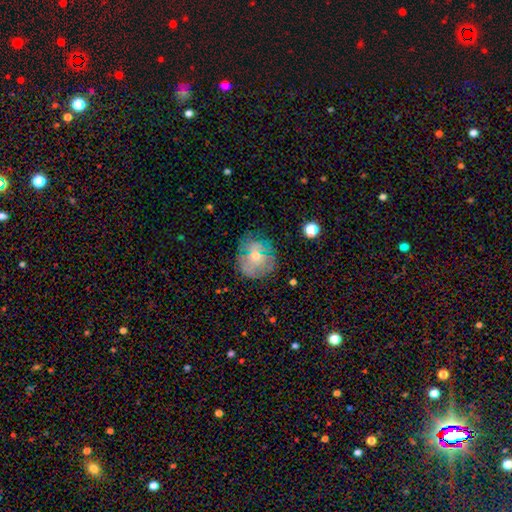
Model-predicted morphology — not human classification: This is possibly a smooth galaxy (50%). Merging: likely none (68%).